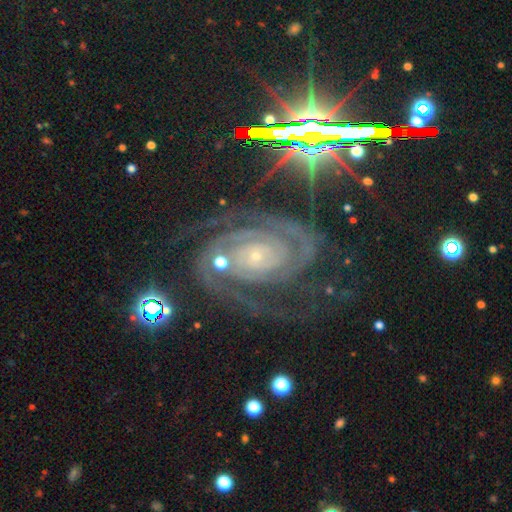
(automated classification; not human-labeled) Smooth or featured: featured or disk — 86% (star or artifact — 10%)
Edge-on disk: no — 97% (yes — 3%)
Bar: no — 72% (weak — 17%)
Spiral arms: yes — 98% (no — 2%)
Spiral winding: tight — 74% (medium — 22%)
Spiral arm count: 2 — 68% (3 — 10%)
Bulge size: small — 81% (moderate — 13%)
Merging: none — 69% (minor disturbance — 17%)